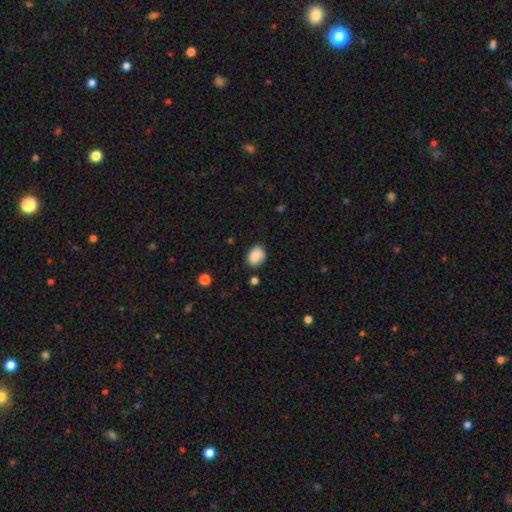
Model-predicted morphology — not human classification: Smooth or featured? smooth (87%)
How rounded? in between (62%)
Merging? none (76%)